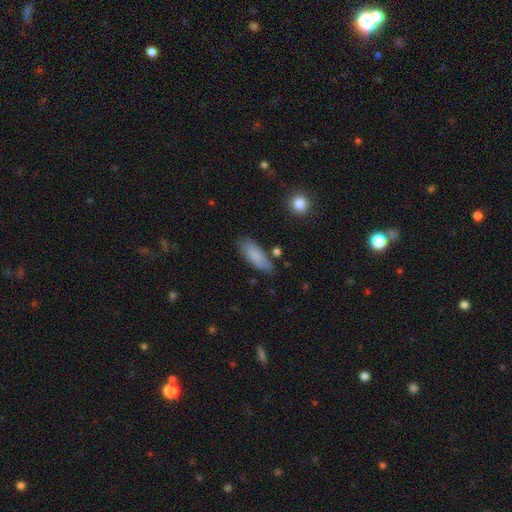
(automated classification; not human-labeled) Smooth or featured?
  - smooth: 82% *
  - featured or disk: 11%
  - star or artifact: 7%
How rounded?
  - in between: 74% *
  - cigar-shaped: 24%
  - round: 2%
Merging?
  - none: 72% *
  - minor disturbance: 20%
  - major disturbance: 4%
  - merger: 4%